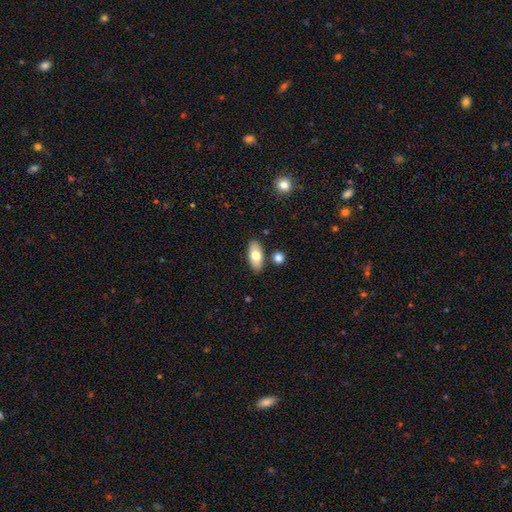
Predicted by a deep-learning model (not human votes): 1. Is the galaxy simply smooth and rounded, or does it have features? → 74% smooth, 20% featured or disk, 6% star or artifact.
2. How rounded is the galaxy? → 88% in between, 9% cigar-shaped, 3% round.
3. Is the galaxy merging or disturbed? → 83% none, 10% minor disturbance, 5% merger, 2% major disturbance.